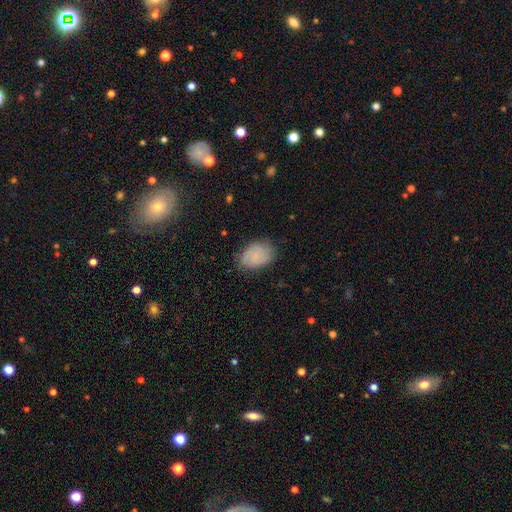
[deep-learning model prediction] Smooth or featured?
  - smooth: 75% *
  - featured or disk: 17%
  - star or artifact: 8%
How rounded?
  - in between: 83% *
  - round: 16%
  - cigar-shaped: 1%
Merging?
  - none: 73% *
  - minor disturbance: 21%
  - major disturbance: 5%
  - merger: 1%